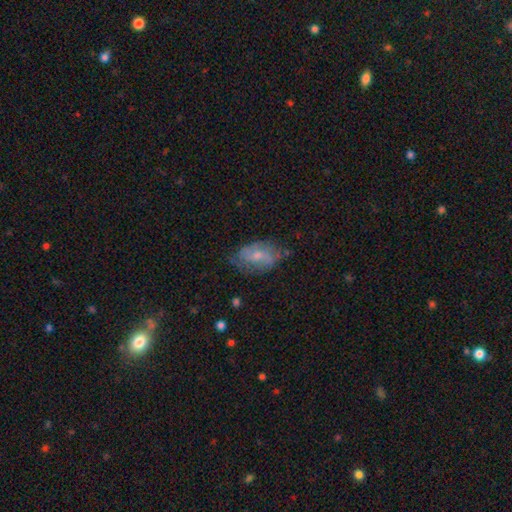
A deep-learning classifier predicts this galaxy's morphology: This appears to be a featured or disk galaxy (55%) with no bar (49%), spiral arms (78%) and a small central bulge (54%). Merging: none (67%).